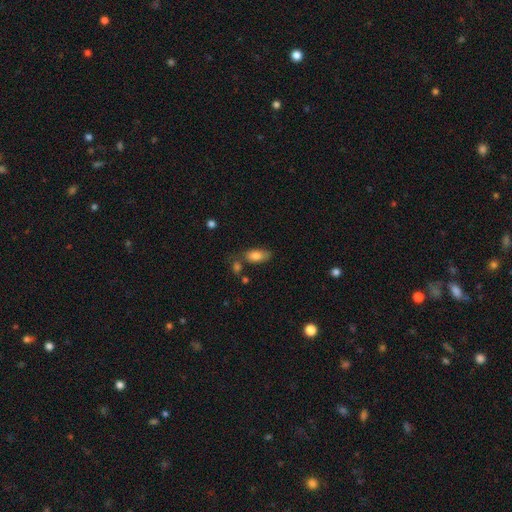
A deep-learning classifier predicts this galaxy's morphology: smooth_or_featured: smooth (p=0.81) [alt: featured or disk p=0.11]
how_rounded: in between (p=0.88) [alt: cigar-shaped p=0.08]
merging: none (p=0.60) [alt: minor disturbance p=0.21]